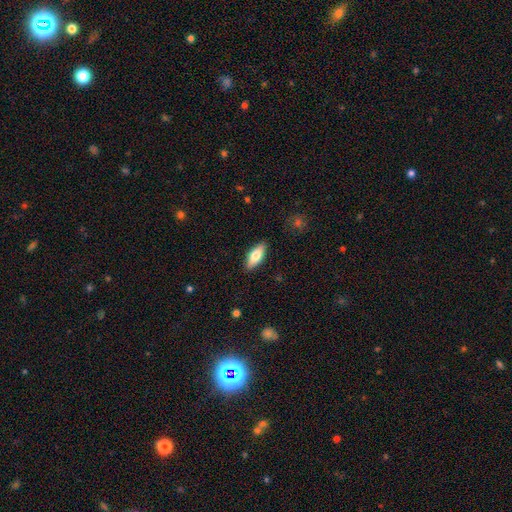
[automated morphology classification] A smooth galaxy with no disk features (75%) that is in between round and cigar-shaped (76%). Merging: none (88%).